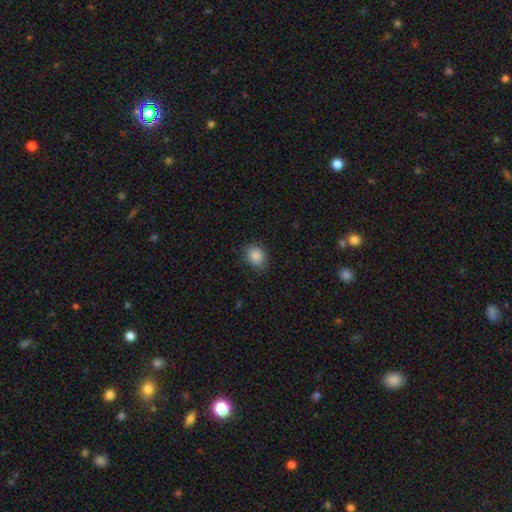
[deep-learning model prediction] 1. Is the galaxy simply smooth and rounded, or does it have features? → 87% smooth, 8% star or artifact, 5% featured or disk.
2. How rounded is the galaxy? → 56% round, 43% in between, 1% cigar-shaped.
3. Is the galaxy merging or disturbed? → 79% none, 16% minor disturbance, 4% major disturbance, 1% merger.